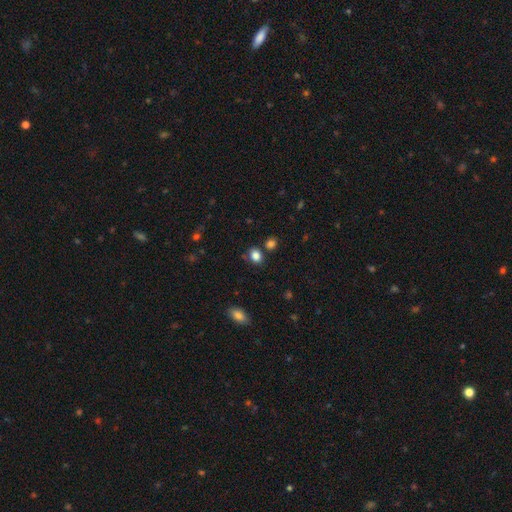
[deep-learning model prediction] Q: Smooth or featured?
A: smooth (84%); runner-up: star or artifact (11%)
Q: How rounded?
A: in between (50%); runner-up: round (49%)
Q: Merging?
A: none (74%); runner-up: minor disturbance (12%)